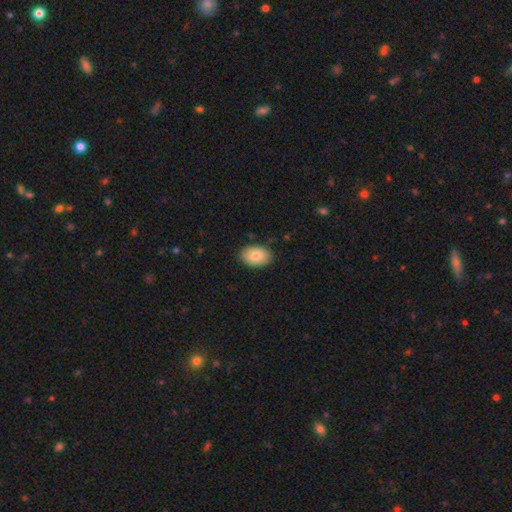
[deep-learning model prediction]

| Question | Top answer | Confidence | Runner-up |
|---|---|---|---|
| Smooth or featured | smooth | 84% | featured or disk (9%) |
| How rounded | in between | 84% | round (14%) |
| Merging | none | 87% | minor disturbance (10%) |